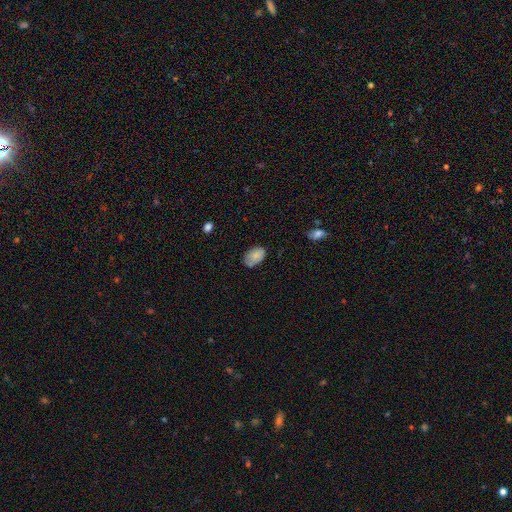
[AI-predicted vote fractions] A smooth galaxy with no disk features (78%) that is in between round and cigar-shaped (89%).

Vote fractions:
- Smooth or featured? smooth: 78% / featured or disk: 14% / star or artifact: 7%
- How rounded? in between: 89% / round: 9% / cigar-shaped: 1%
- Merging? none: 67% / minor disturbance: 26% / major disturbance: 6% / merger: 2%